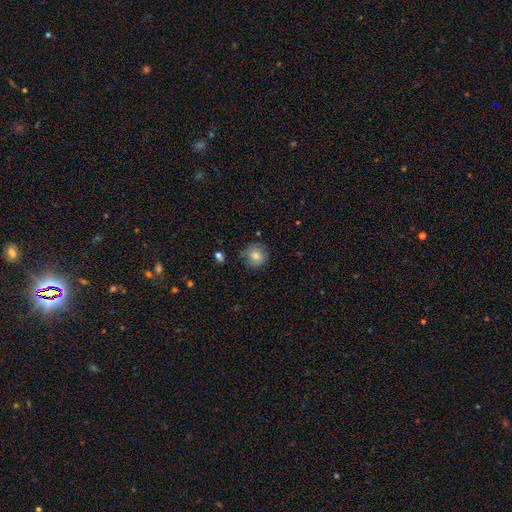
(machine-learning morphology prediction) smooth_or_featured: smooth (p=0.80) [alt: featured or disk p=0.11]
how_rounded: round (p=0.92) [alt: in between p=0.07]
merging: none (p=0.83) [alt: minor disturbance p=0.12]